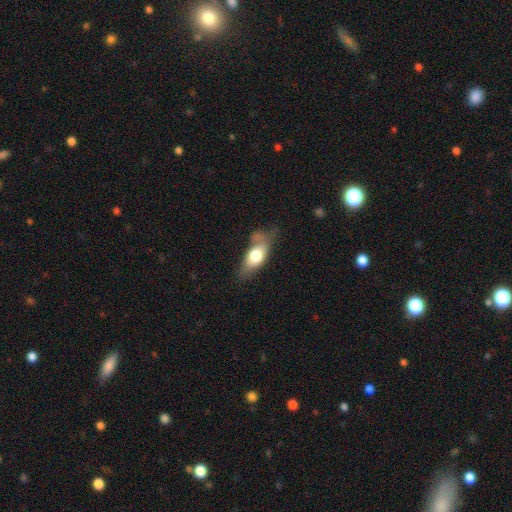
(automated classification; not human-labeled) Smooth or featured? Predicted: smooth (p=0.63). How rounded? Predicted: in between (p=0.80). Merging? Predicted: none (p=0.40).